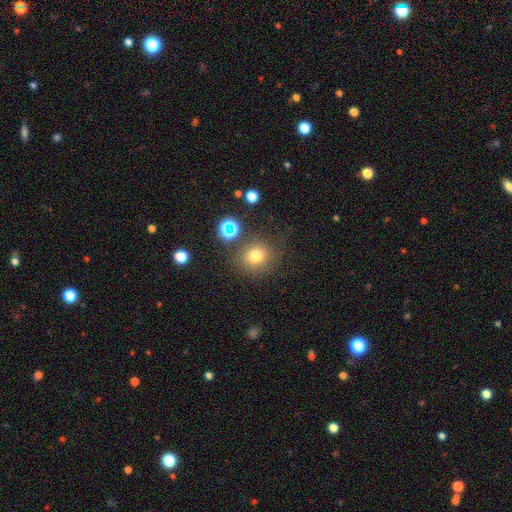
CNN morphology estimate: A smooth galaxy with no disk features (73%) that is round (85%).

Vote fractions:
- Smooth or featured? smooth: 73% / star or artifact: 17% / featured or disk: 9%
- How rounded? round: 85% / in between: 14% / cigar-shaped: 1%
- Merging? none: 79% / minor disturbance: 11% / merger: 5% / major disturbance: 5%